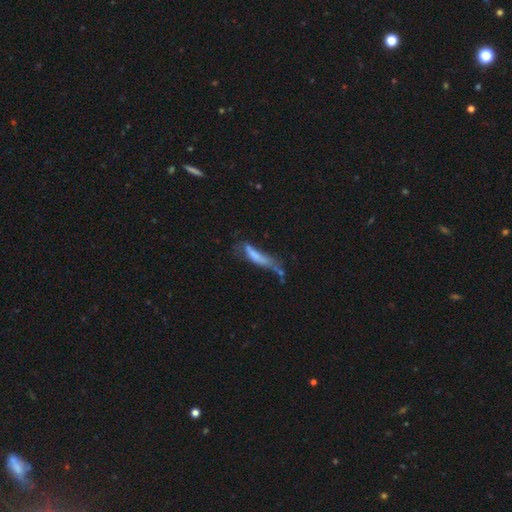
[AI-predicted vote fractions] Smooth or featured: smooth — 59% (featured or disk — 30%)
How rounded: cigar-shaped — 71% (in between — 27%)
Merging: major disturbance — 32% (none — 25%)